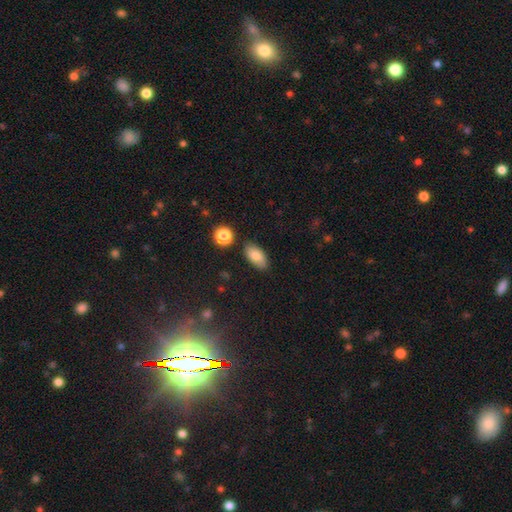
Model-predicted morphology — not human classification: This appears to be a smooth galaxy with no disk features (83%) that is in between round and cigar-shaped (91%). Merging: none (82%).